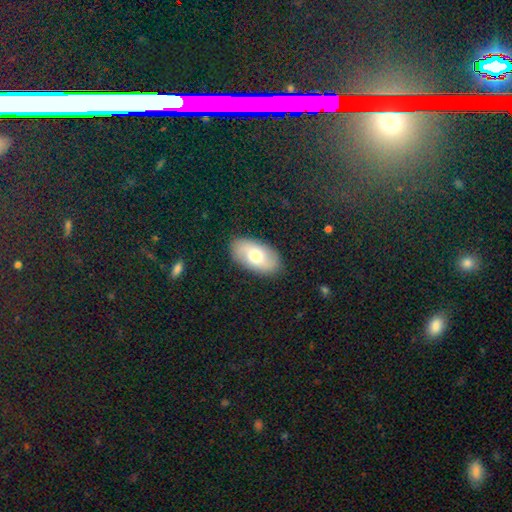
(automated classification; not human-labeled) A smooth galaxy with no disk features (62%) that is in between round and cigar-shaped (93%).

Vote fractions:
- Smooth or featured? smooth: 62% / featured or disk: 31% / star or artifact: 7%
- How rounded? in between: 93% / round: 5% / cigar-shaped: 2%
- Merging? none: 87% / minor disturbance: 9% / major disturbance: 3% / merger: 1%